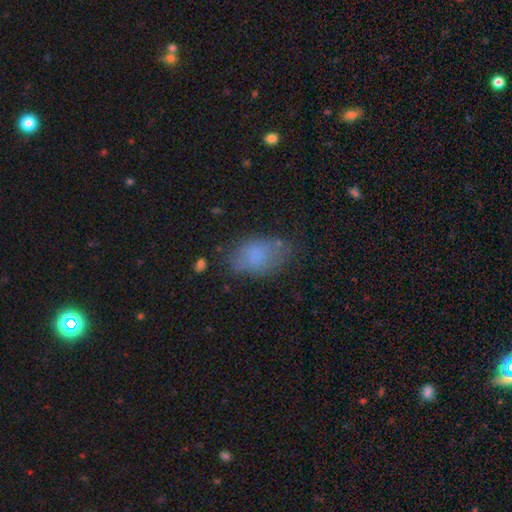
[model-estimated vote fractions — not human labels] A smooth galaxy with no disk features (75%) that is in between round and cigar-shaped (88%). Merging: none (56%).